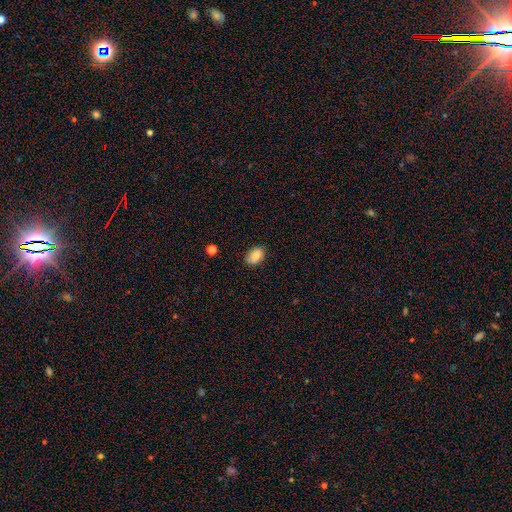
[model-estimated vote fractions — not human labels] smooth 82%, featured or disk 9%, star or artifact 9%. Down the decision tree: how rounded — in between (83%); merging — none (76%).